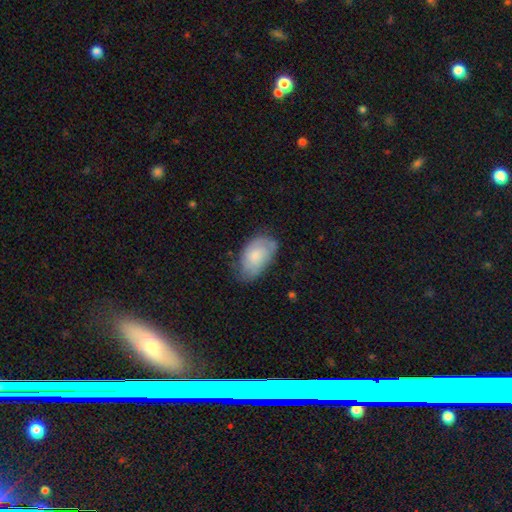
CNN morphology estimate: Smooth or featured: smooth — 60% (featured or disk — 34%)
How rounded: in between — 93% (round — 5%)
Merging: none — 61% (minor disturbance — 30%)